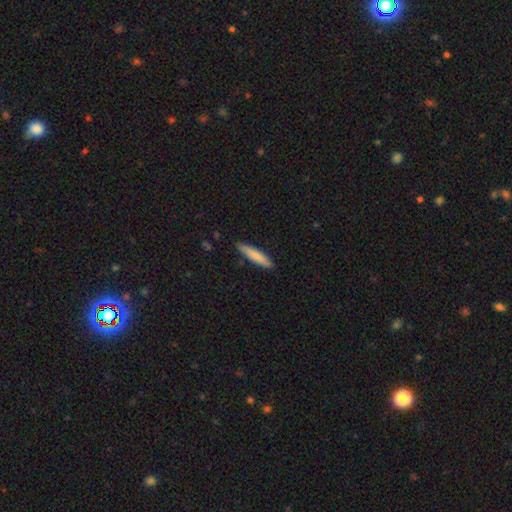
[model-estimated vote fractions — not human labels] A smooth galaxy with no disk features (80%) that is cigar-shaped (87%). Merging: none (88%).